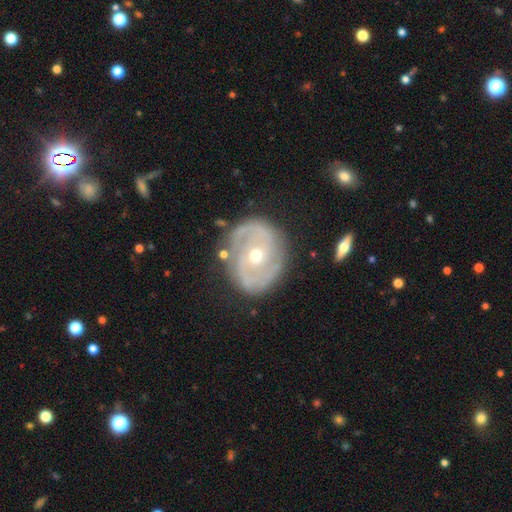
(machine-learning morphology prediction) Smooth or featured? featured or disk (84%)
Edge-on disk? no (97%)
Bar? no (60%)
Spiral arms? yes (91%)
Spiral winding? tight (46%)
Spiral arm count? 2 (79%)
Bulge size? small (52%)
Merging? none (78%)